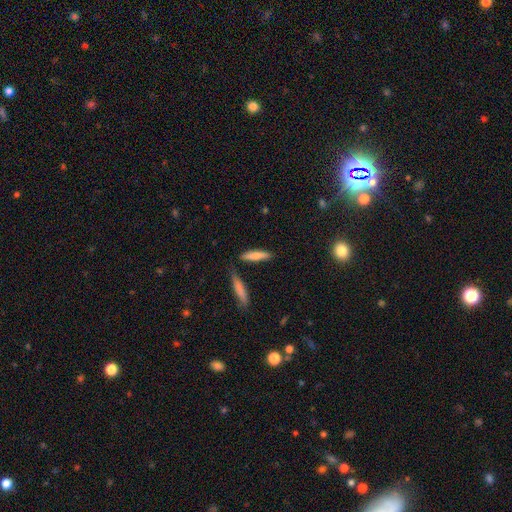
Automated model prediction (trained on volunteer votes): Smooth or featured: smooth — 75% (featured or disk — 19%)
How rounded: cigar-shaped — 77% (in between — 21%)
Merging: none — 77% (minor disturbance — 12%)